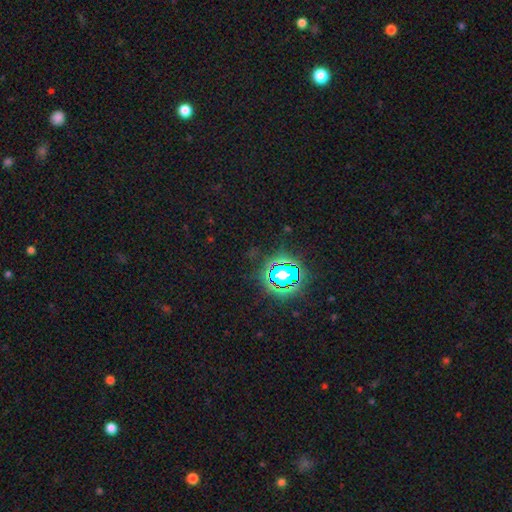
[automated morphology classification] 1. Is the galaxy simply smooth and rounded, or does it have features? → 80% star or artifact, 12% smooth, 7% featured or disk.